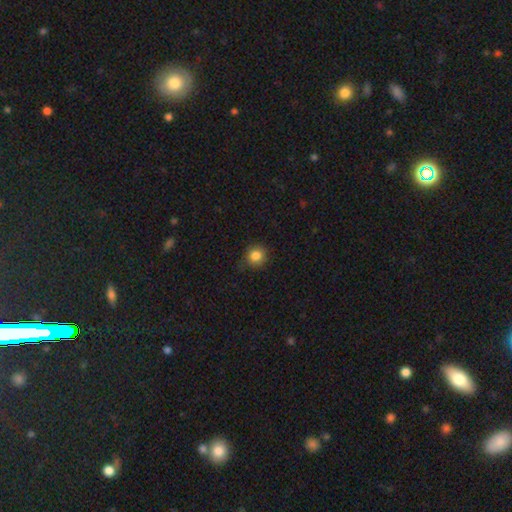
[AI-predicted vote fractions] A smooth galaxy with no disk features (84%) that is round (86%). Merging: none (79%).